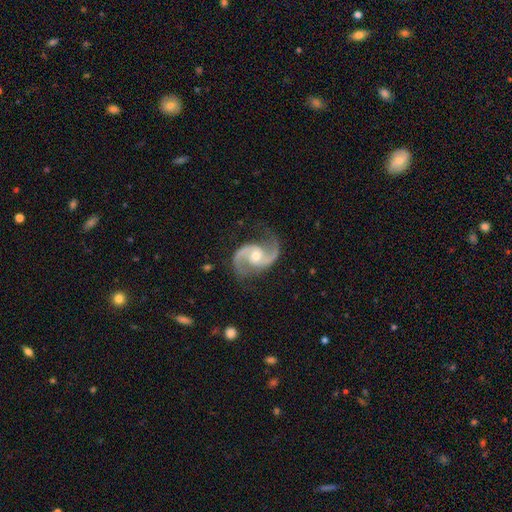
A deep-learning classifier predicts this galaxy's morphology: smooth-or-featured: featured or disk: 93% | star or artifact: 4% | smooth: 3%
  disk-edge-on: no: 98% | yes: 2%
    bar: no: 52% | weak: 36% | strong: 11%
    has-spiral-arms: yes: 98% | no: 2%
      spiral-winding: medium: 54% | loose: 36% | tight: 10%
      spiral-arm-count: 2: 94% | can't tell: 1% | 1: 1% | 3: 1% | 4: 1% | more than 4: 1%
    bulge-size: moderate: 63% | small: 31% | large: 4% | none: 1% | dominant: 1%
  merging: none: 79% | minor disturbance: 14% | major disturbance: 6% | merger: 1%